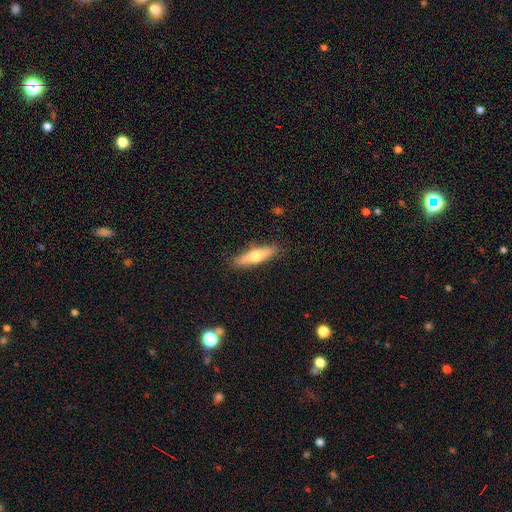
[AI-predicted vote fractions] This appears to be a smooth galaxy with no disk features (57%) that is cigar-shaped (76%). Merging: none (87%).